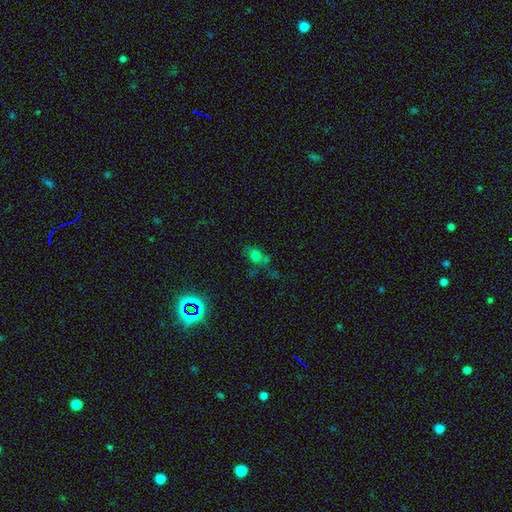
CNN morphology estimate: A smooth galaxy with no disk features (59%) that is round (50%). Merging: none (43%).